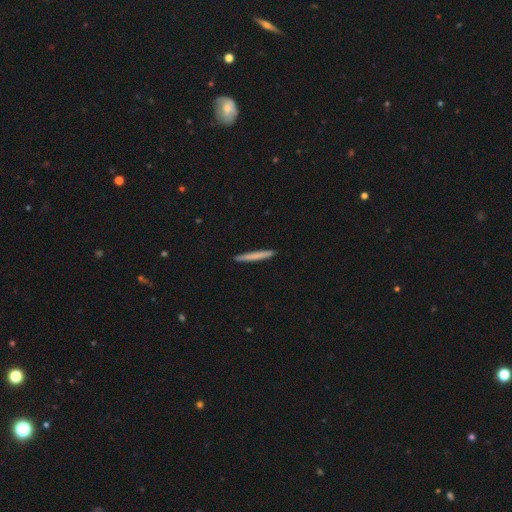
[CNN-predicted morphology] Smooth or featured?
  - smooth: 71% *
  - featured or disk: 24%
  - star or artifact: 5%
How rounded?
  - cigar-shaped: 97% *
  - in between: 2%
  - round: 1%
Merging?
  - none: 92% *
  - minor disturbance: 5%
  - major disturbance: 1%
  - merger: 1%